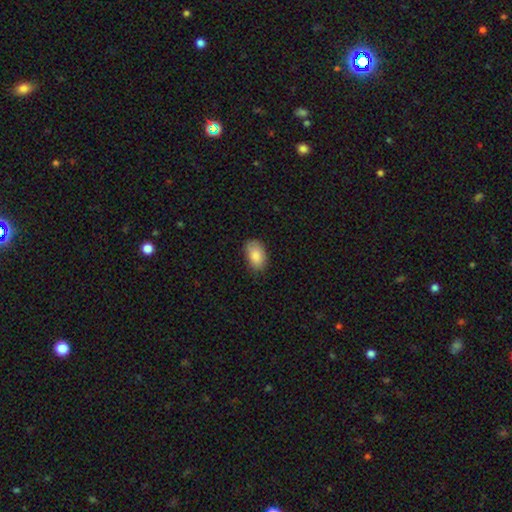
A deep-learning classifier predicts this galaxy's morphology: A smooth galaxy with no disk features (86%) that is in between round and cigar-shaped (90%).

Vote fractions:
- Smooth or featured? smooth: 86% / star or artifact: 7% / featured or disk: 7%
- How rounded? in between: 90% / round: 9% / cigar-shaped: 1%
- Merging? none: 73% / minor disturbance: 22% / major disturbance: 4% / merger: 1%